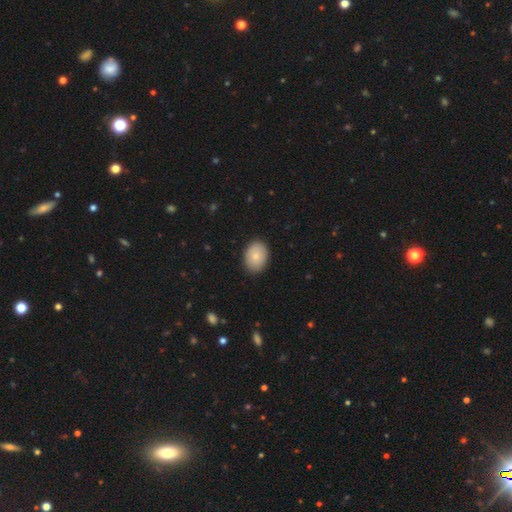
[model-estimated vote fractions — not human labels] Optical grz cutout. It shows a smooth galaxy with no disk features (84%) that is in between round and cigar-shaped (72%). Merging: none (88%).